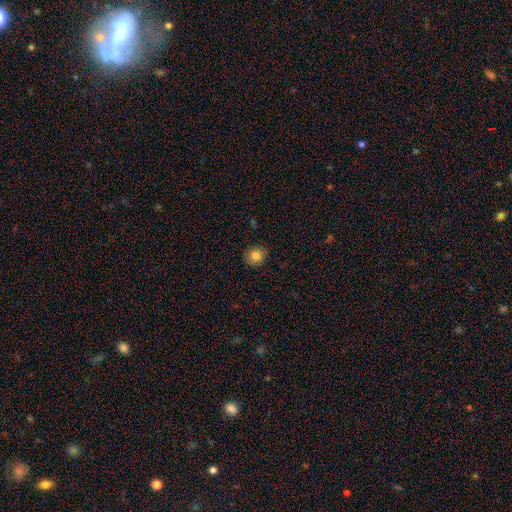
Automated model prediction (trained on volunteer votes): Smooth or featured: smooth — 82% (star or artifact — 10%)
How rounded: round — 72% (in between — 27%)
Merging: none — 84% (minor disturbance — 12%)